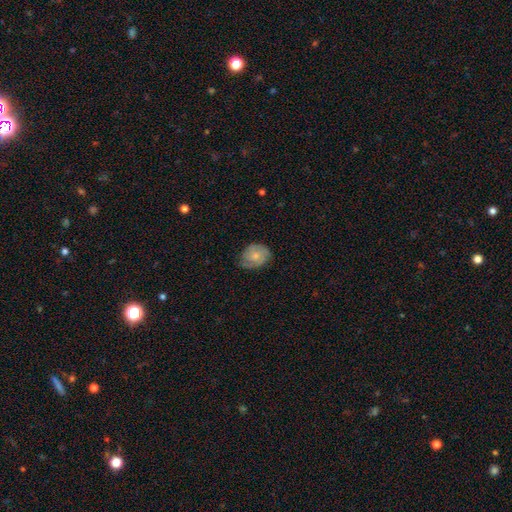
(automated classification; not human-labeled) Morphology: type=smooth (51%); roundness=round (51%); merging=none (64%).